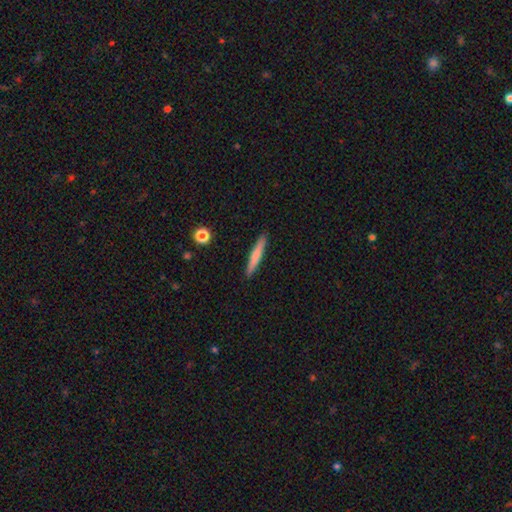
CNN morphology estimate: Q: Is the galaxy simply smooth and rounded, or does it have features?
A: smooth — 70%.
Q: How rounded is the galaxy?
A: cigar-shaped — 94%.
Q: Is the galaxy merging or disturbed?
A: none — 91%.